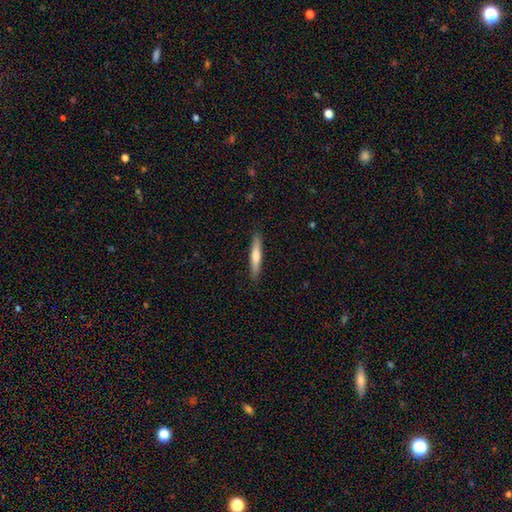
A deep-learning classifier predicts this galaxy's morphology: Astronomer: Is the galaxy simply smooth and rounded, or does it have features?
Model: smooth — 63%.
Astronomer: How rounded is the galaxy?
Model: cigar-shaped — 92%.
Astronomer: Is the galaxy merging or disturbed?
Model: none — 90%.